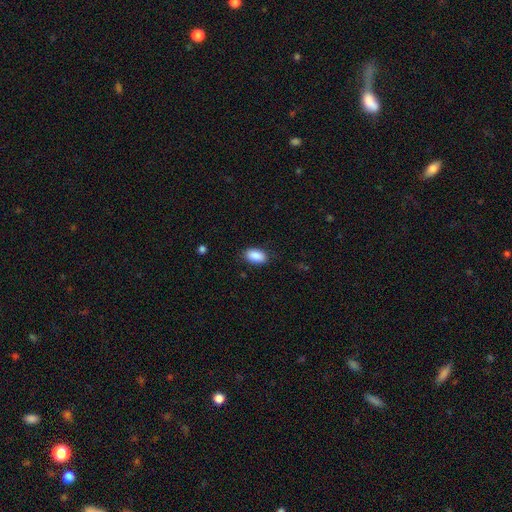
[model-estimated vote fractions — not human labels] smooth-or-featured: smooth: 90% | star or artifact: 7% | featured or disk: 3%
  how-rounded: in between: 93% | round: 5% | cigar-shaped: 2%
  merging: none: 87% | minor disturbance: 10% | major disturbance: 3% | merger: 1%